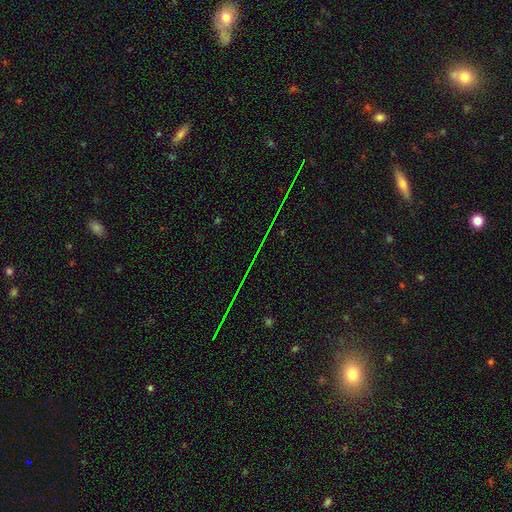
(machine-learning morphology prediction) Q: Smooth or featured?
A: star or artifact (81%); runner-up: featured or disk (11%)